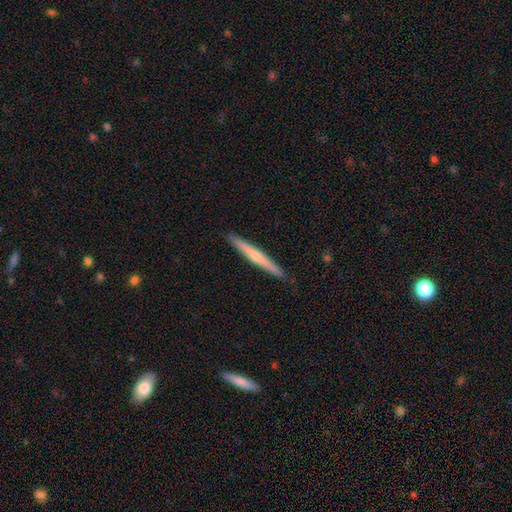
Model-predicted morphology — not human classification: Overall: smooth (48%; featured or disk 47%). Merging: none (89%).